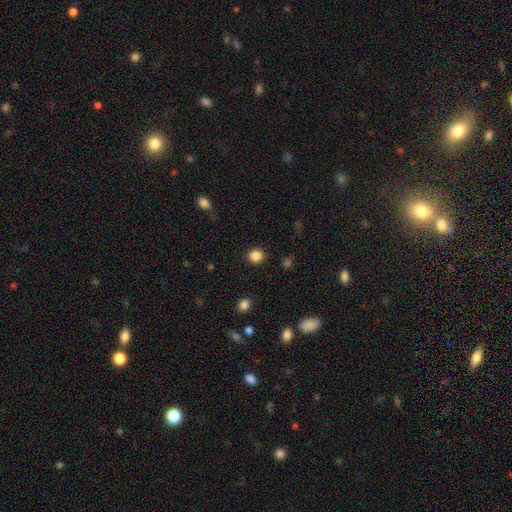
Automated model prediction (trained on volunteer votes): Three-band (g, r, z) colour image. It shows a smooth galaxy with no disk features (86%) that is round (89%). Merging: none (91%).